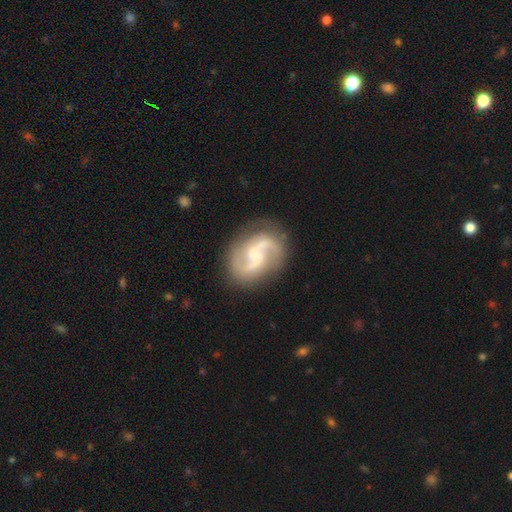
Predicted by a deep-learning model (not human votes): Smooth or featured? featured or disk (86%)
Edge-on disk? no (98%)
Bar? weak (46%)
Spiral arms? yes (97%)
Spiral winding? medium (49%)
Spiral arm count? 2 (92%)
Bulge size? small (53%)
Merging? none (79%)